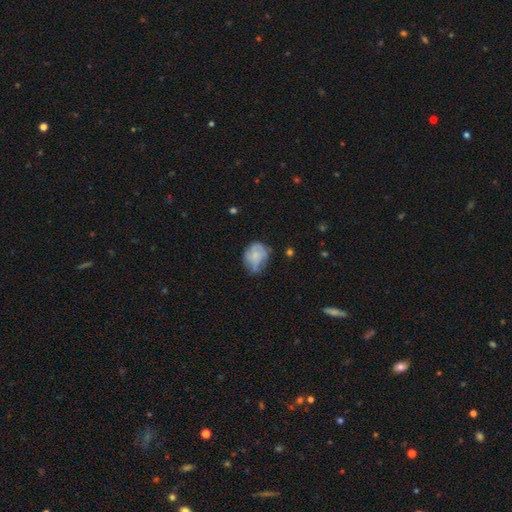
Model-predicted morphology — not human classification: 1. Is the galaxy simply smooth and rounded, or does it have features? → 57% smooth, 35% featured or disk, 8% star or artifact.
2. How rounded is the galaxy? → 50% round, 49% in between, 1% cigar-shaped.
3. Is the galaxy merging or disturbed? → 41% none, 38% minor disturbance, 17% major disturbance, 3% merger.